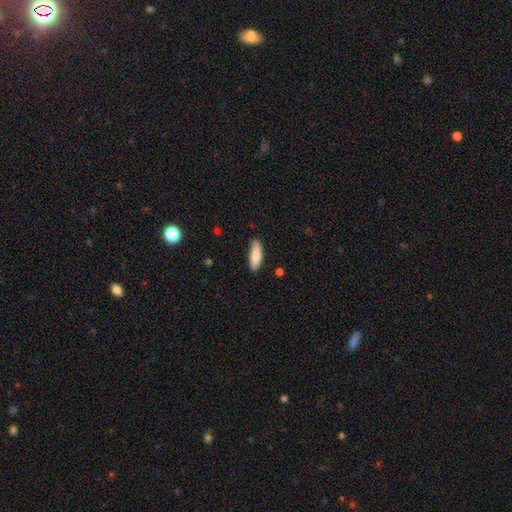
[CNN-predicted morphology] Smooth or featured?
  - smooth: 84% *
  - featured or disk: 10%
  - star or artifact: 6%
How rounded?
  - cigar-shaped: 54% *
  - in between: 45%
  - round: 2%
Merging?
  - none: 83% *
  - minor disturbance: 13%
  - major disturbance: 2%
  - merger: 2%